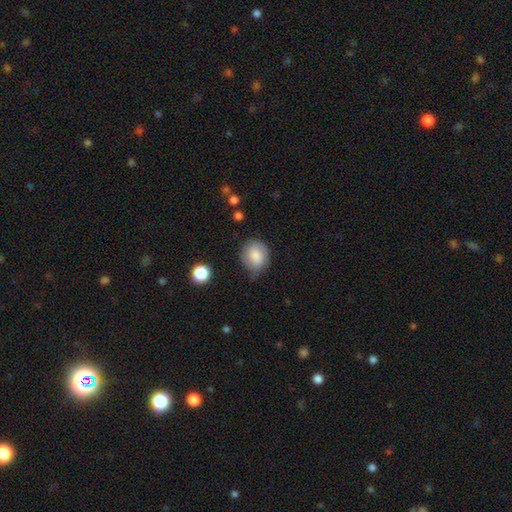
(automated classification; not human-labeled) Smooth or featured? Predicted: smooth (p=0.81). How rounded? Predicted: round (p=0.64). Merging? Predicted: none (p=0.58).